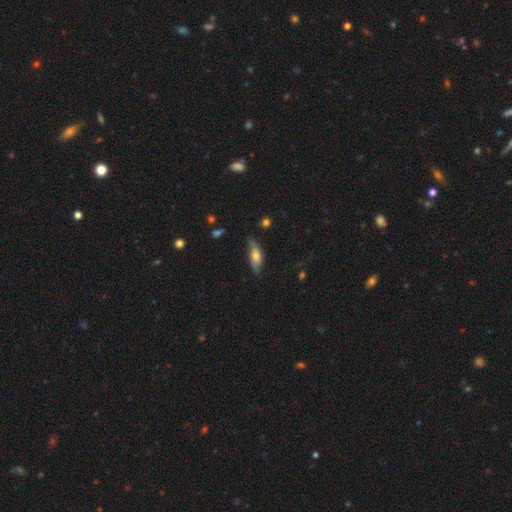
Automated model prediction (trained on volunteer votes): Morphology: type=smooth (63%); roundness=in between (73%); merging=none (59%).